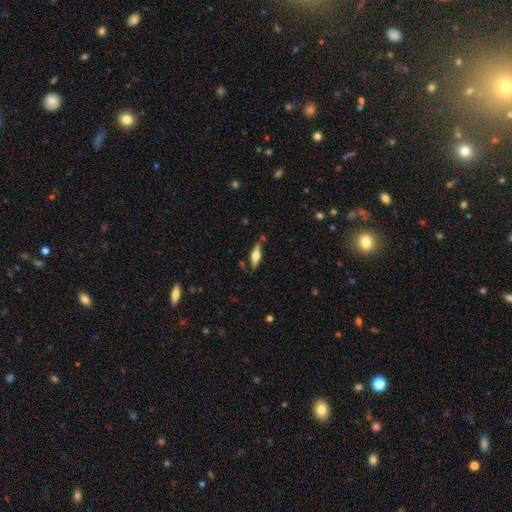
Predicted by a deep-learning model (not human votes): smooth_or_featured: featured or disk (p=0.55) [alt: smooth p=0.39]
disk_edge_on: yes (p=0.92) [alt: no p=0.08]
edge_on_bulge: rounded (p=0.90) [alt: boxy p=0.08]
merging: none (p=0.78) [alt: minor disturbance p=0.15]